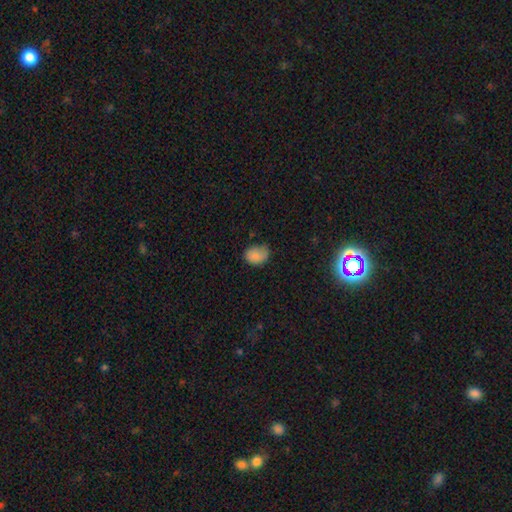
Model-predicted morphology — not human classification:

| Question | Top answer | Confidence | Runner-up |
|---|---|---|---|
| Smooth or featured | smooth | 82% | star or artifact (10%) |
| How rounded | in between | 64% | round (35%) |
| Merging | none | 52% | minor disturbance (37%) |